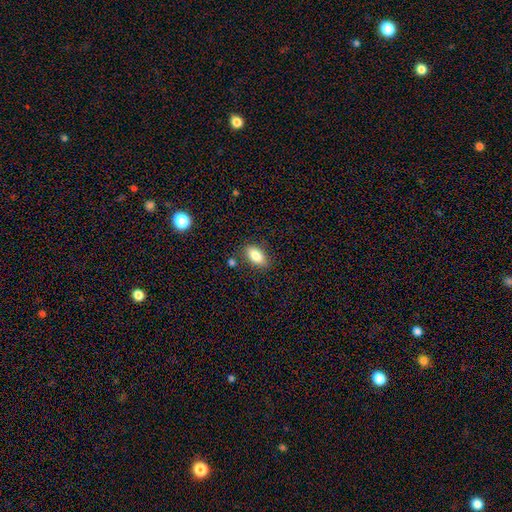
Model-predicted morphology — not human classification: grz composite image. It shows a smooth galaxy with no disk features (84%) that is in between round and cigar-shaped (89%). Merging: none (82%).